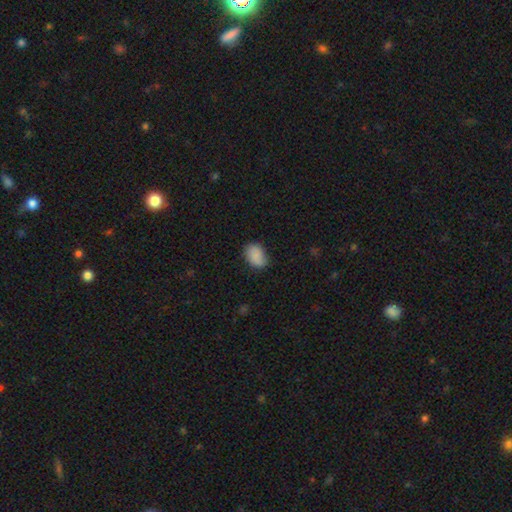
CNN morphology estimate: Smooth or featured: smooth — 85% (star or artifact — 8%)
How rounded: in between — 81% (round — 17%)
Merging: none — 76% (minor disturbance — 19%)